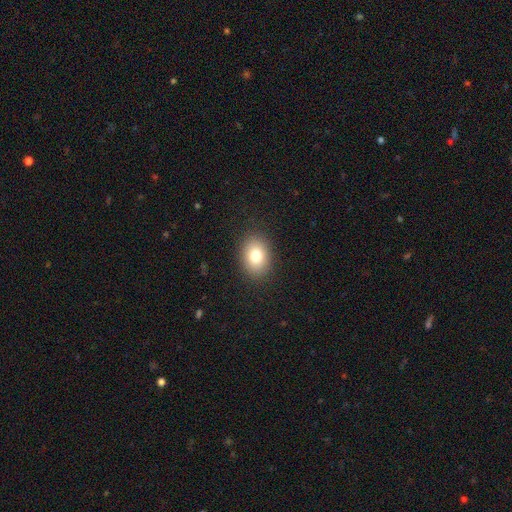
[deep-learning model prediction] smooth_or_featured: smooth (p=0.81) [alt: featured or disk p=0.10]
how_rounded: in between (p=0.74) [alt: round p=0.25]
merging: none (p=0.88) [alt: minor disturbance p=0.08]